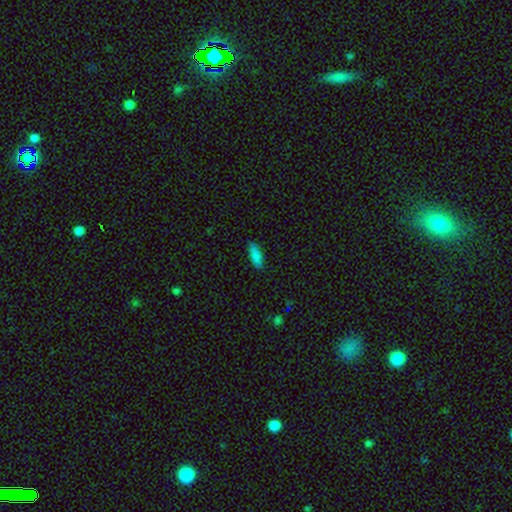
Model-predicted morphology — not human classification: smooth 87%, star or artifact 8%, featured or disk 5%. Down the decision tree: how rounded — in between (63%); merging — none (86%).